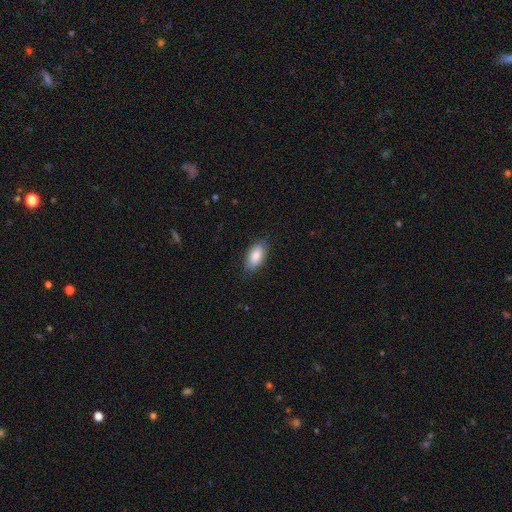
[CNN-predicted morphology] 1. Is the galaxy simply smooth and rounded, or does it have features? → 84% smooth, 10% featured or disk, 6% star or artifact.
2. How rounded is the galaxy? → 92% in between, 4% cigar-shaped, 3% round.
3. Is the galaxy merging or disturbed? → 83% none, 14% minor disturbance, 3% major disturbance, 1% merger.